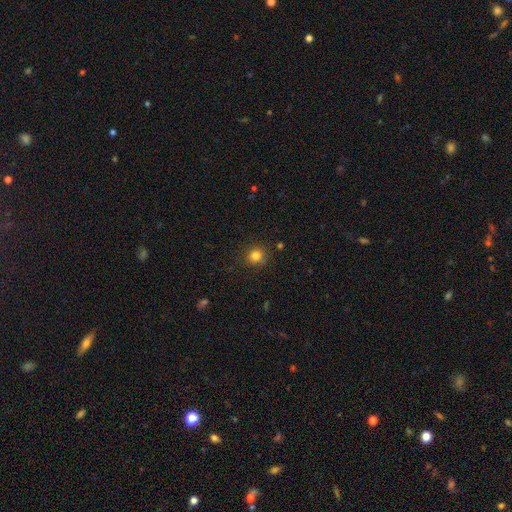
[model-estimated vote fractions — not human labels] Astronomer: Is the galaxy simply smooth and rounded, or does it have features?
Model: smooth — 81%.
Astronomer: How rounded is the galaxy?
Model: round — 84%.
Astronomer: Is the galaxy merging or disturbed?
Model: none — 87%.